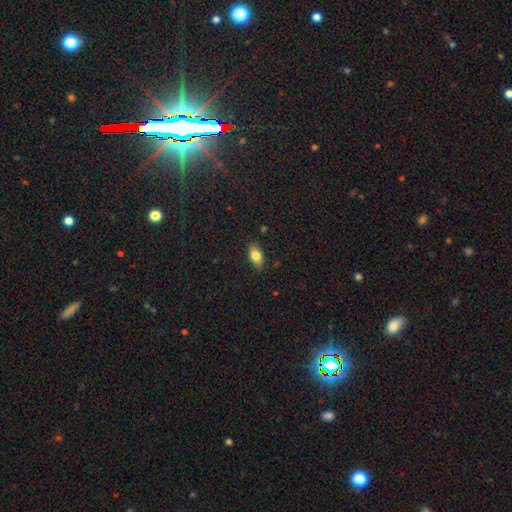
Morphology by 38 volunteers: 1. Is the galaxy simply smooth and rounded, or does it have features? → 76% smooth, 16% featured or disk, 8% star or artifact.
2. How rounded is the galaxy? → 83% in between, 14% cigar-shaped, 3% round.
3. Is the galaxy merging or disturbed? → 74% none, 20% minor disturbance, 6% major disturbance, 0% merger.